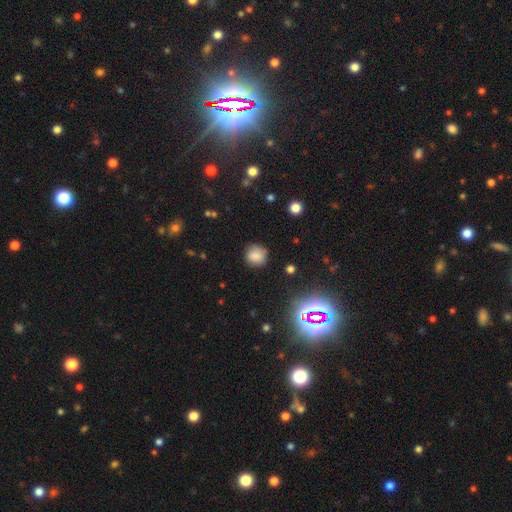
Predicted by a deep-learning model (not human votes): smooth-or-featured: smooth: 80% | star or artifact: 13% | featured or disk: 7%
  how-rounded: round: 89% | in between: 10% | cigar-shaped: 1%
  merging: none: 81% | minor disturbance: 14% | major disturbance: 4% | merger: 2%